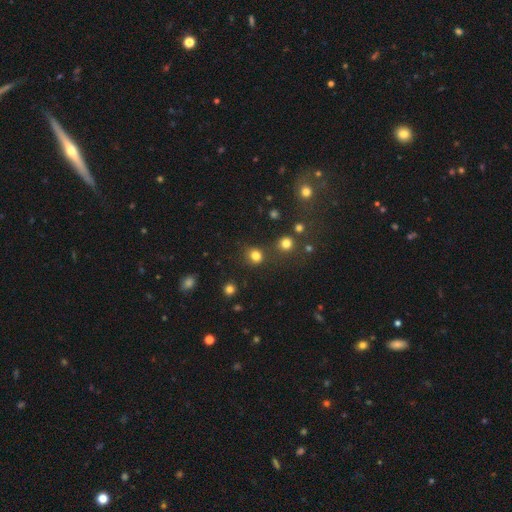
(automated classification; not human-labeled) smooth_or_featured: smooth (p=0.79) [alt: star or artifact p=0.16]
how_rounded: round (p=0.79) [alt: in between p=0.20]
merging: none (p=0.76) [alt: minor disturbance p=0.11]